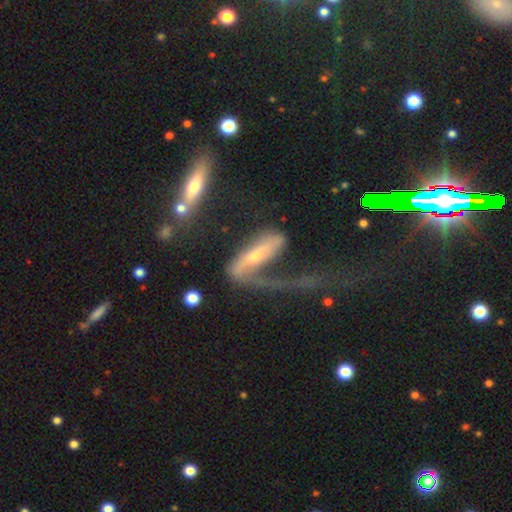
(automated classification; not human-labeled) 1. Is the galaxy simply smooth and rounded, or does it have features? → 60% featured or disk, 32% smooth, 8% star or artifact.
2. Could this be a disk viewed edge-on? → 68% no, 32% yes.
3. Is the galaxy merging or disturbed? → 60% major disturbance, 16% none, 13% merger, 10% minor disturbance.